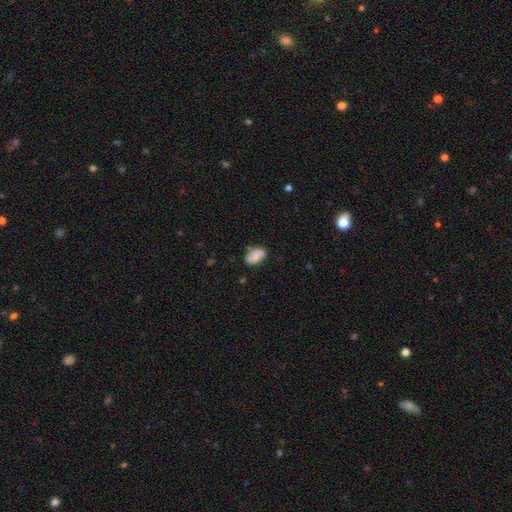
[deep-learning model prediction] A smooth galaxy with no disk features (64%) that is in between round and cigar-shaped (87%). Merging: none (65%).